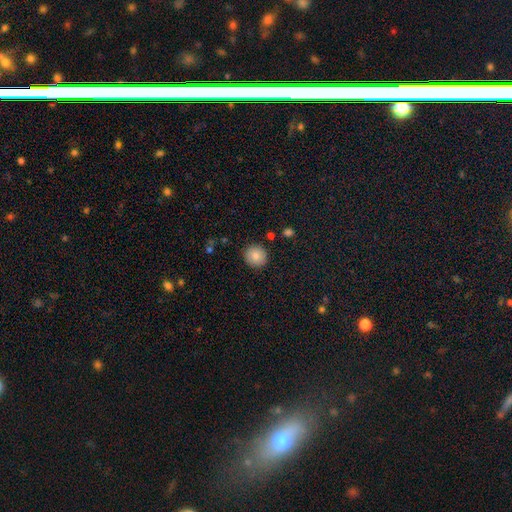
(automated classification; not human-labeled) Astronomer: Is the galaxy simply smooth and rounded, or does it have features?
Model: smooth — 83%.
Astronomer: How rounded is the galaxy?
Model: round — 94%.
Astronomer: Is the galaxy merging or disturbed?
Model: none — 90%.